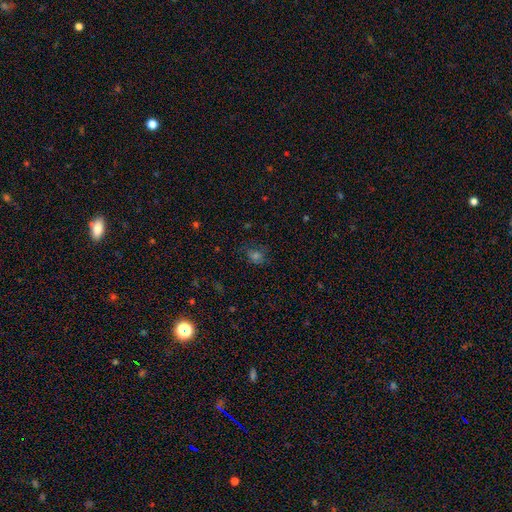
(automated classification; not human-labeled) Q: Smooth or featured?
A: smooth (49%); runner-up: star or artifact (34%)
Q: Merging?
A: none (71%); runner-up: minor disturbance (18%)